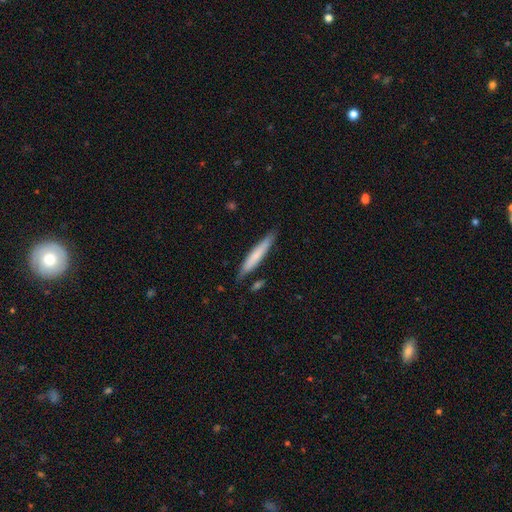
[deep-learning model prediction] A smooth galaxy with no disk features (67%) that is cigar-shaped (94%). Merging: none (83%).